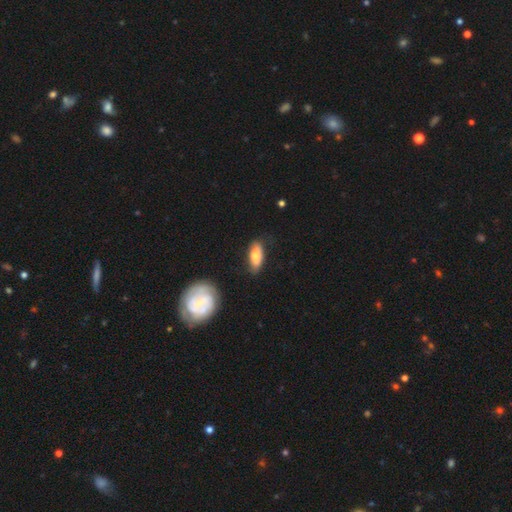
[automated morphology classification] type=smooth (71%); roundness=in between (76%); merging=none (77%).